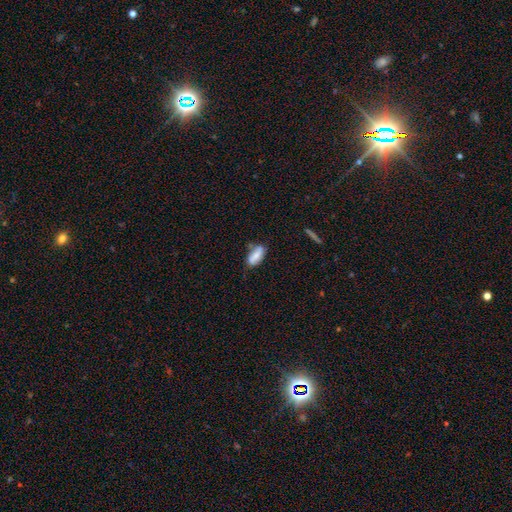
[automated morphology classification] Smooth or featured? smooth (67%)
How rounded? in between (86%)
Merging? none (59%)